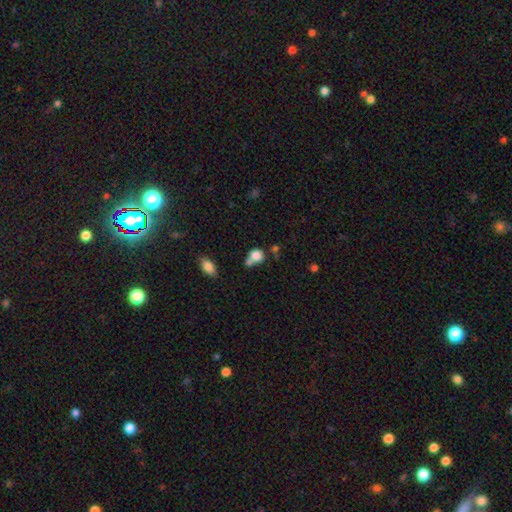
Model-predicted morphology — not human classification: Smooth or featured? Predicted: smooth (p=0.82). How rounded? Predicted: round (p=0.68). Merging? Predicted: none (p=0.43).